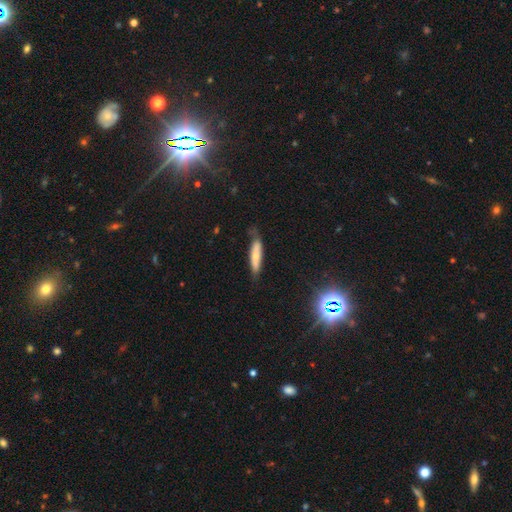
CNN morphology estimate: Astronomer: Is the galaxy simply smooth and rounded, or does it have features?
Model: smooth — 60%.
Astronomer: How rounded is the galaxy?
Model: cigar-shaped — 74%.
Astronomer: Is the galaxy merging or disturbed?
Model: none — 62%.